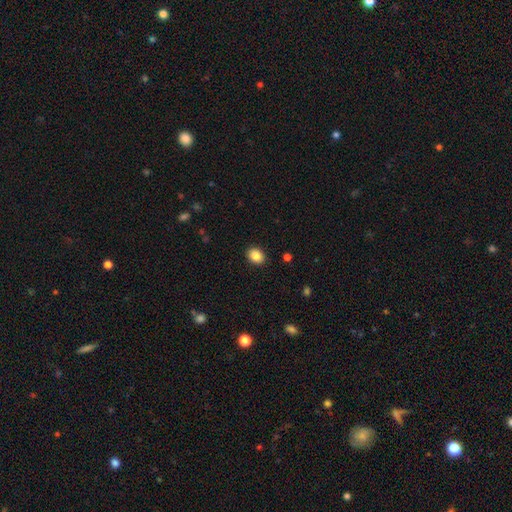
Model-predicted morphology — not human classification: Q: Smooth or featured?
A: smooth (86%); runner-up: star or artifact (9%)
Q: How rounded?
A: in between (54%); runner-up: round (45%)
Q: Merging?
A: none (91%); runner-up: minor disturbance (6%)